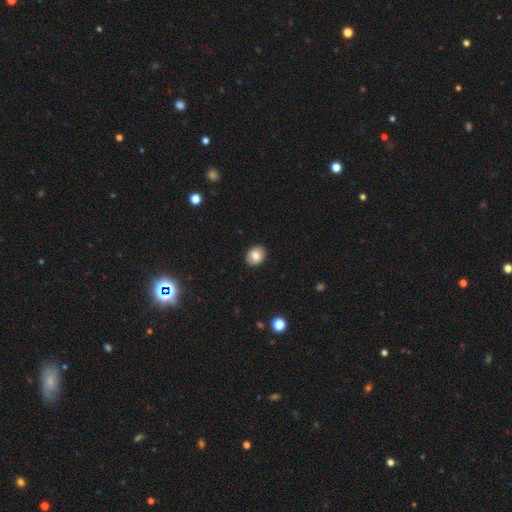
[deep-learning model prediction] A smooth galaxy with no disk features (82%) that is round (59%). Merging: none (91%).